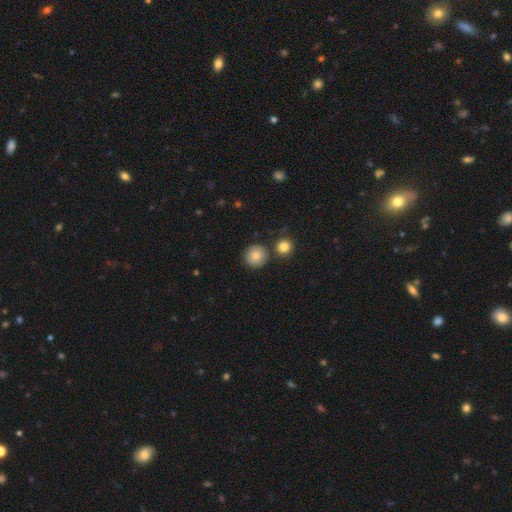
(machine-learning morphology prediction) A smooth galaxy with no disk features (84%) that is round (93%). Merging: none (81%).